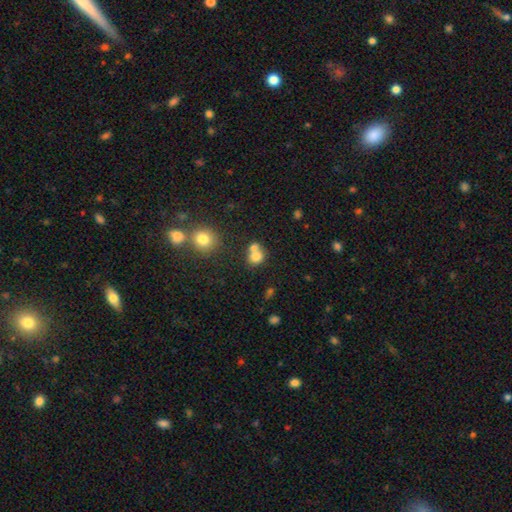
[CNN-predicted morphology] Overall: smooth (76%). How rounded: round (73%). Merging: merger (49%; none 40%).